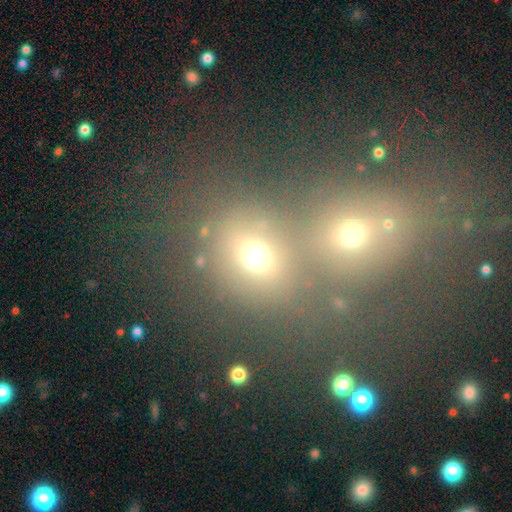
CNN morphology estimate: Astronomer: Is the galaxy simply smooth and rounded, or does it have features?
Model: smooth — 67%.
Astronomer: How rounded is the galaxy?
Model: round — 67%.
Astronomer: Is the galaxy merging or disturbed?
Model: none — 48% (runner-up: merger, 36%).